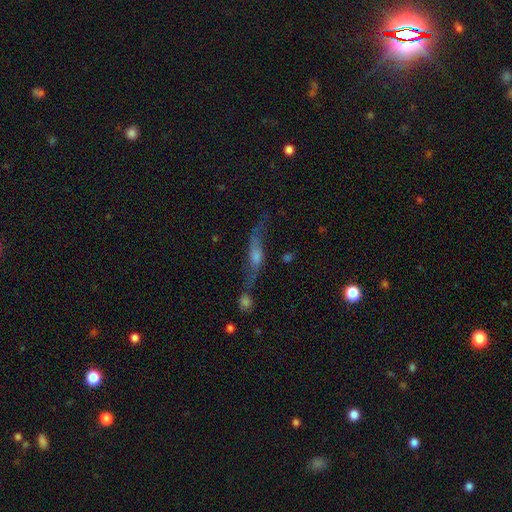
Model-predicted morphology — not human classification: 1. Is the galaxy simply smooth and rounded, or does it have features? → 68% featured or disk, 19% smooth, 13% star or artifact.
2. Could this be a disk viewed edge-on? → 55% yes, 45% no.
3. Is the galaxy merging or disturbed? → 45% none, 20% merger, 18% minor disturbance, 17% major disturbance.